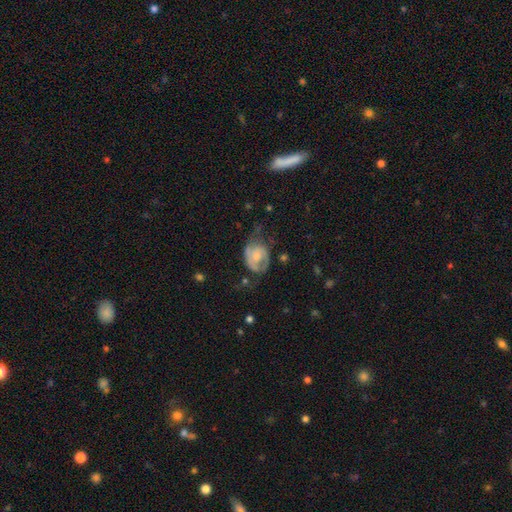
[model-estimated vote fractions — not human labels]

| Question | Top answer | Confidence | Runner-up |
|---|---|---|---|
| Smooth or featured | featured or disk | 54% | smooth (39%) |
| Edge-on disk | no | 97% | yes (3%) |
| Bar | no | 69% | weak (27%) |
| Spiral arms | yes | 68% | no (32%) |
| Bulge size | moderate | 43% | small (33%) |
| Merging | none | 34% | major disturbance (32%) |